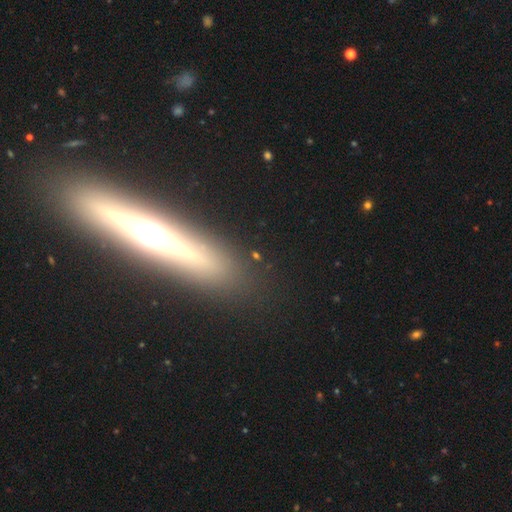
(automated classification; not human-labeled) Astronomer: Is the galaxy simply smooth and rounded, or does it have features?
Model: featured or disk — 47% (runner-up: smooth, 30%).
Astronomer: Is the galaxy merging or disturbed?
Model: none — 76%.